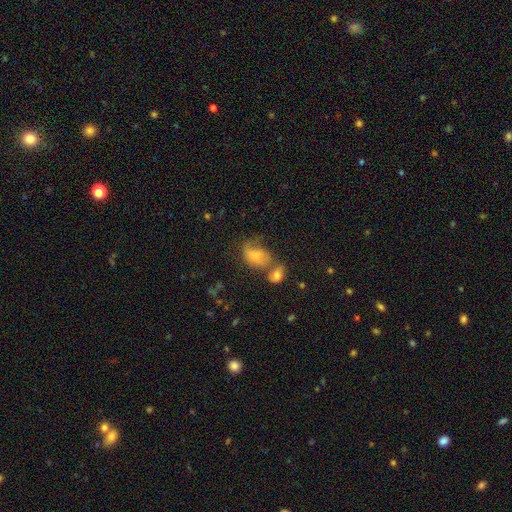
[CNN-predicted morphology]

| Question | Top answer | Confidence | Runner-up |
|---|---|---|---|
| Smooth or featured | smooth | 47% | featured or disk (35%) |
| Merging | none | 38% | merger (31%) |